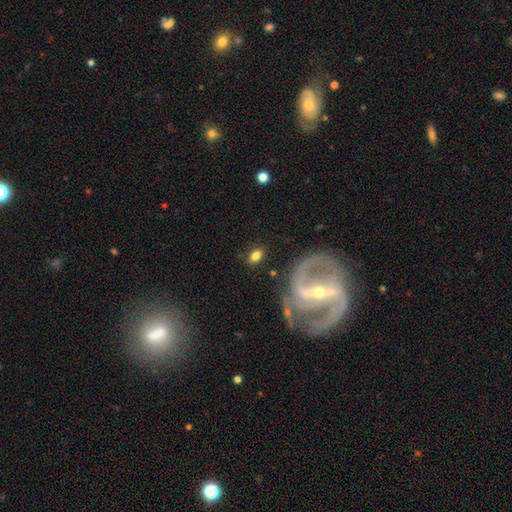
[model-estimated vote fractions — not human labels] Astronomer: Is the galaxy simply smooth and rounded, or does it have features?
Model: smooth — 67%.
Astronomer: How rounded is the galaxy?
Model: in between — 77%.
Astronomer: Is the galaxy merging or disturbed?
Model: none — 78%.